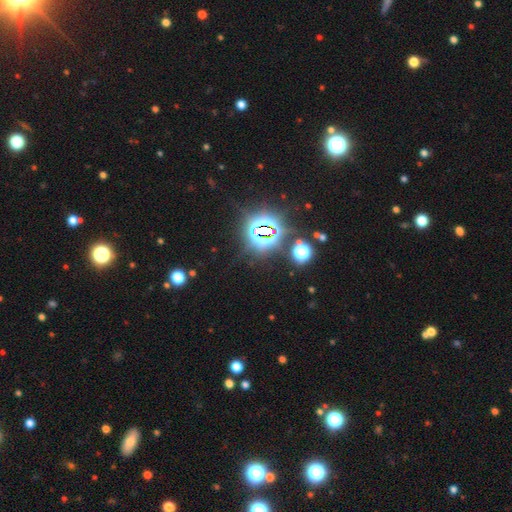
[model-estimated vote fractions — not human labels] A star or artifact, not a galaxy (81%).